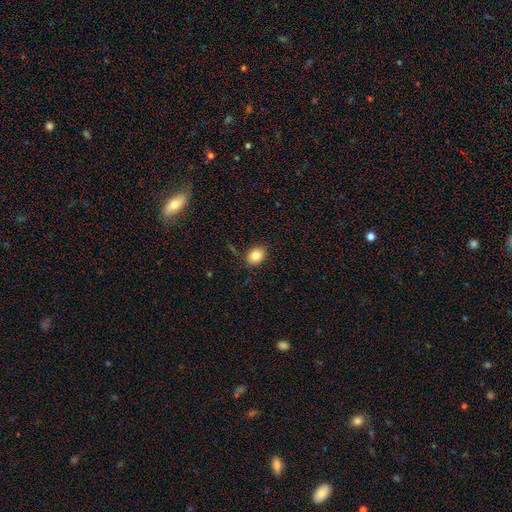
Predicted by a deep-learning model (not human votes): A smooth galaxy with no disk features (84%) that is in between round and cigar-shaped (56%). Merging: none (85%).